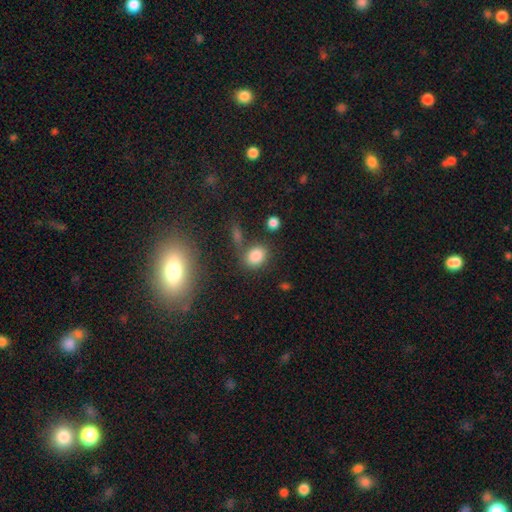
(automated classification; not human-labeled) Smooth or featured? Predicted: smooth (p=0.83). How rounded? Predicted: in between (p=0.55). Merging? Predicted: none (p=0.67).